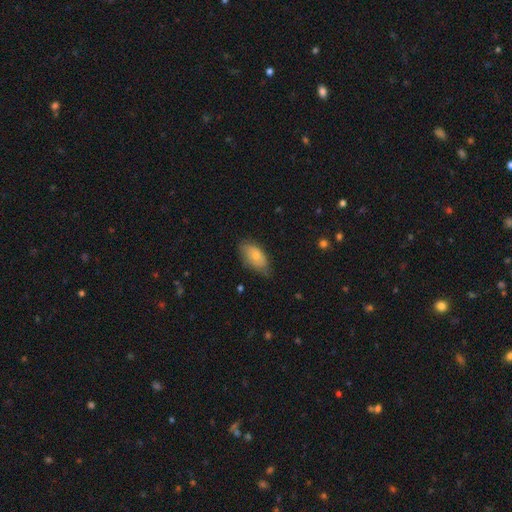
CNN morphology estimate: smooth-or-featured: smooth: 72% | featured or disk: 22% | star or artifact: 6%
  how-rounded: in between: 92% | round: 4% | cigar-shaped: 4%
  merging: none: 62% | minor disturbance: 31% | major disturbance: 6% | merger: 1%